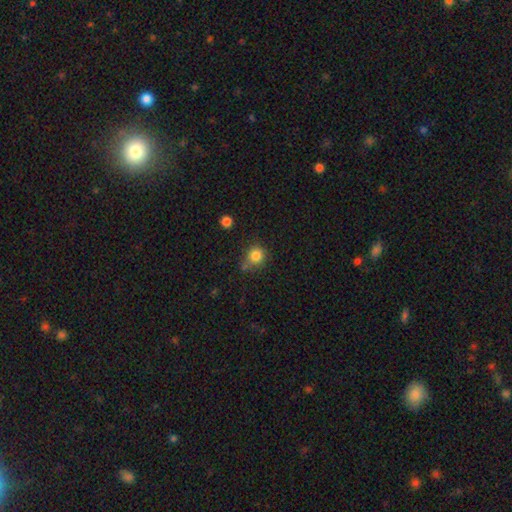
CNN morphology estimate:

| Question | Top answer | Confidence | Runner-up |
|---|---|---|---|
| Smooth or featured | smooth | 83% | star or artifact (11%) |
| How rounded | round | 85% | in between (14%) |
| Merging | none | 66% | minor disturbance (18%) |